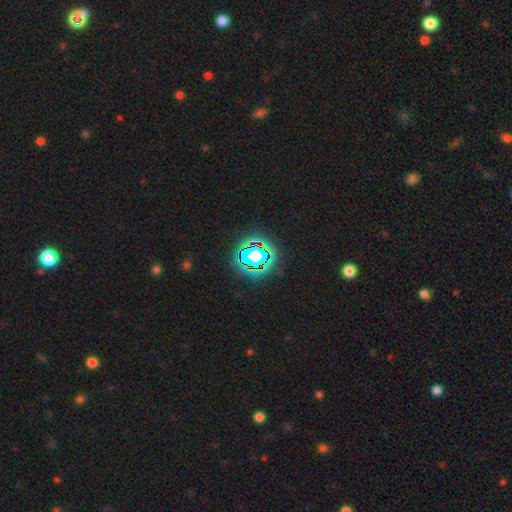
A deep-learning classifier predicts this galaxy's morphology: Q: Smooth or featured?
A: star or artifact (79%); runner-up: smooth (14%)